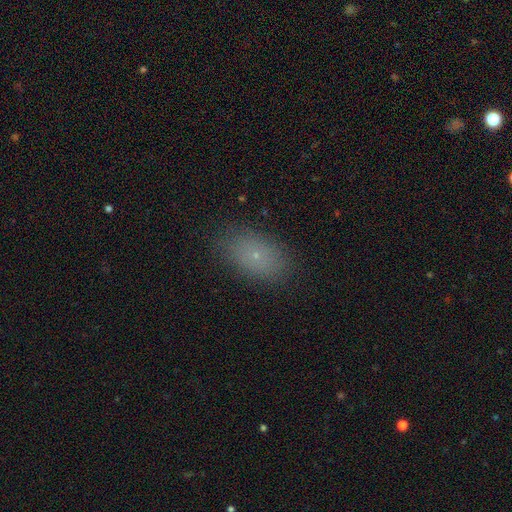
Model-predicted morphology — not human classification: This appears to be a smooth galaxy with no disk features (72%) that is in between round and cigar-shaped (86%). Merging: none (83%).